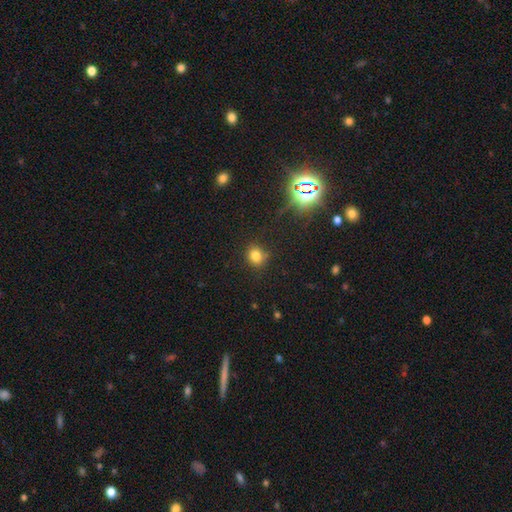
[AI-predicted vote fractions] smooth-or-featured: smooth: 77% | star or artifact: 16% | featured or disk: 7%
  how-rounded: round: 72% | in between: 27% | cigar-shaped: 1%
  merging: none: 82% | minor disturbance: 12% | major disturbance: 3% | merger: 3%